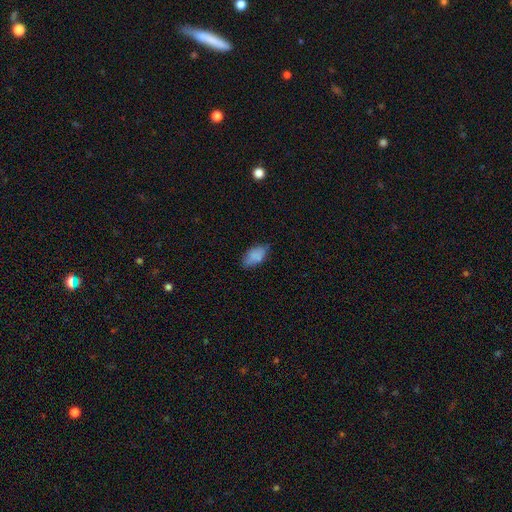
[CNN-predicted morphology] Smooth or featured? Predicted: smooth (p=0.83). How rounded? Predicted: in between (p=0.93). Merging? Predicted: none (p=0.72).